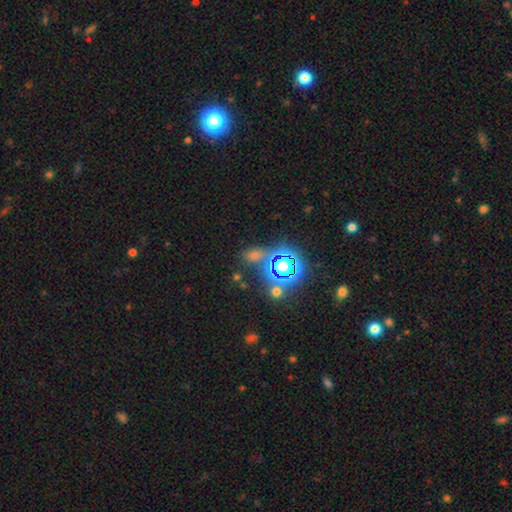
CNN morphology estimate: The model was most divided on "smooth or featured": star or artifact: 58%, smooth: 32%, featured or disk: 9%.